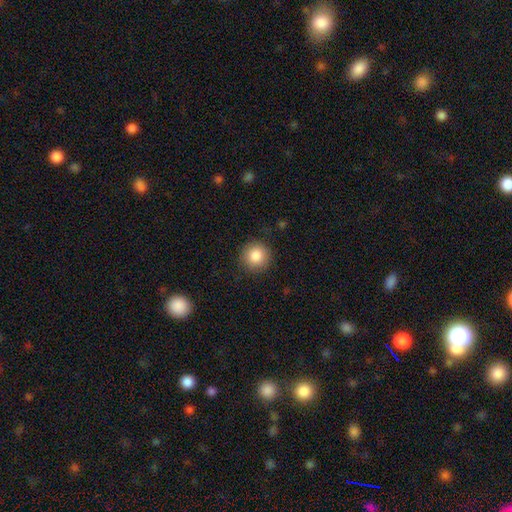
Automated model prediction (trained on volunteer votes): The model was most divided on "smooth or featured": smooth: 86%, star or artifact: 9%, featured or disk: 5%. More confident: how rounded — round (94%); merging — none (89%).